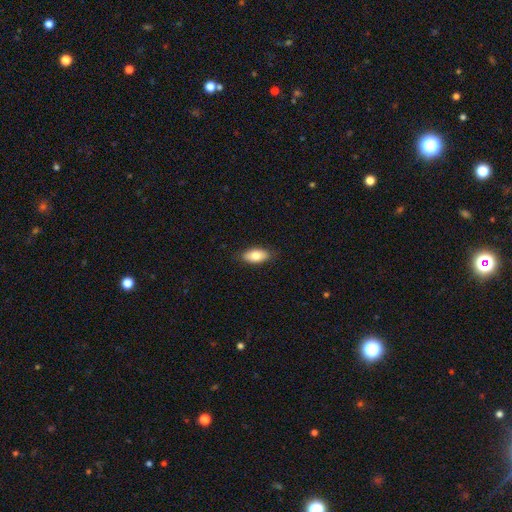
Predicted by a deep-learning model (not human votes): This appears to be a smooth galaxy with no disk features (81%) that is in between round and cigar-shaped (91%). Merging: none (87%).